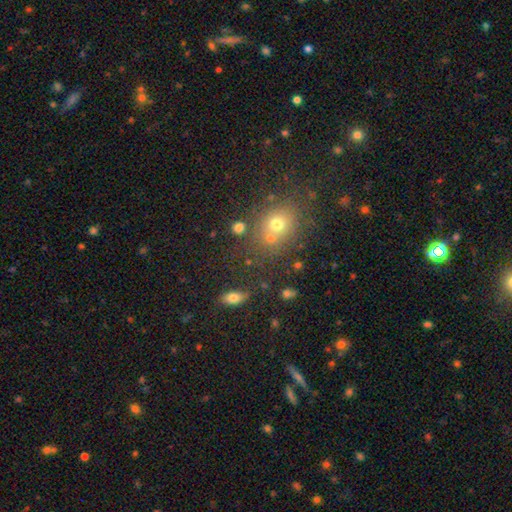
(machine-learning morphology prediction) This is possibly a smooth galaxy (54%). How rounded: likely round (61%). Merging: likely none (78%).